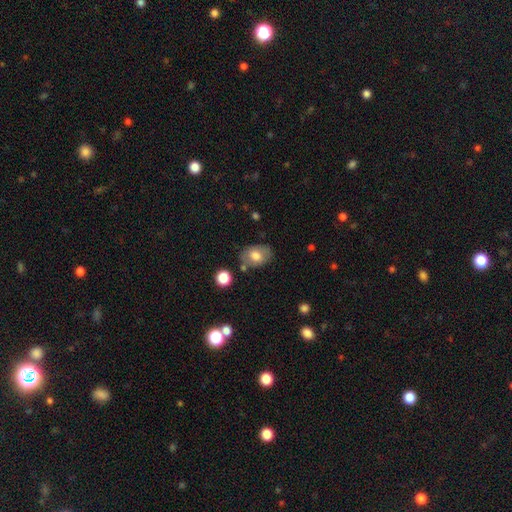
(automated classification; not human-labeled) A smooth galaxy with no disk features (72%) that is in between round and cigar-shaped (75%). Merging: none (73%).